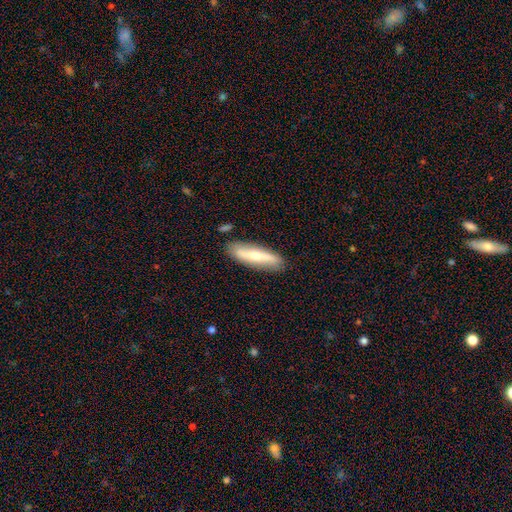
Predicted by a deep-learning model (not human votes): This is possibly a smooth galaxy (54%). How rounded: likely cigar-shaped (74%). Merging: clearly none (84%).